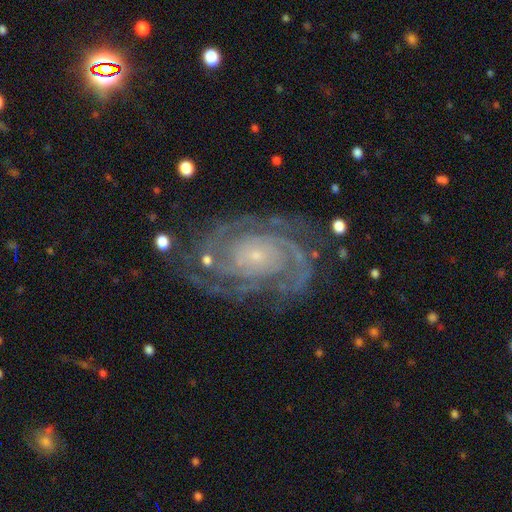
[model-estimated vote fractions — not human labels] Smooth or featured?
  - featured or disk: 92% *
  - star or artifact: 5%
  - smooth: 3%
Edge-on disk?
  - no: 97% *
  - yes: 3%
Bar?
  - no: 77% *
  - weak: 16%
  - strong: 7%
Spiral arms?
  - yes: 98% *
  - no: 2%
Spiral winding?
  - tight: 72% *
  - medium: 24%
  - loose: 4%
Spiral arm count?
  - 2: 39% *
  - 3: 21%
  - can't tell: 13%
  - 4: 13%
  - more than 4: 8%
  - 1: 7%
Bulge size?
  - small: 84% *
  - moderate: 11%
  - none: 3%
  - large: 2%
  - dominant: 1%
Merging?
  - none: 76% *
  - minor disturbance: 16%
  - major disturbance: 7%
  - merger: 2%